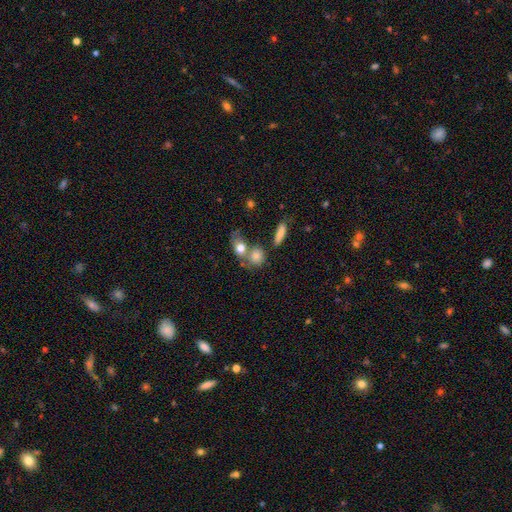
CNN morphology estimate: smooth_or_featured: smooth (p=0.74) [alt: featured or disk p=0.16]
how_rounded: round (p=0.56) [alt: in between p=0.38]
merging: merger (p=0.45) [alt: none p=0.38]